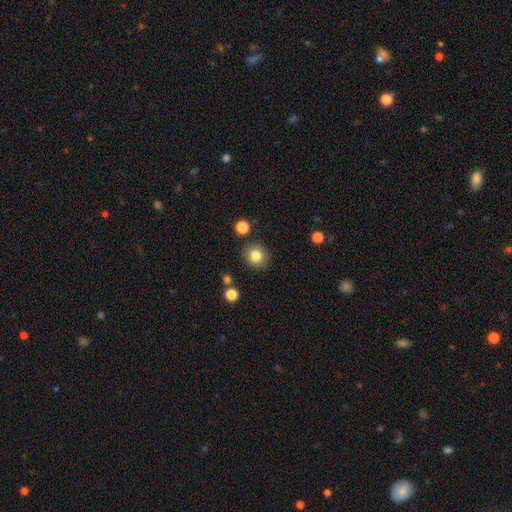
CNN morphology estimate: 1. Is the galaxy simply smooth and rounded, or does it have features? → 83% smooth, 10% star or artifact, 7% featured or disk.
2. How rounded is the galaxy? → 88% round, 11% in between, 1% cigar-shaped.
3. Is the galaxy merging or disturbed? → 87% none, 8% minor disturbance, 3% merger, 2% major disturbance.